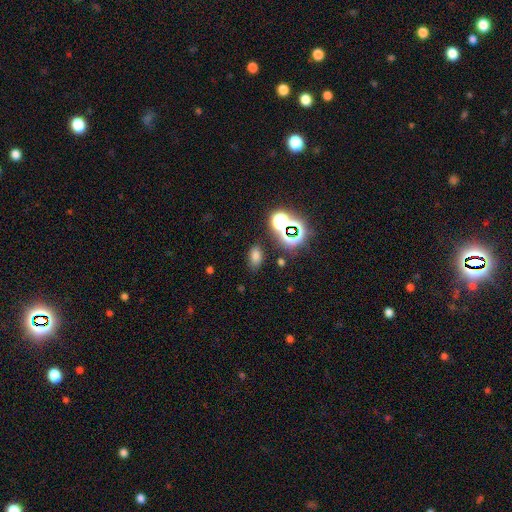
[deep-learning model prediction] This is likely a smooth galaxy (67%). How rounded: clearly in between (86%). Merging: likely none (80%).